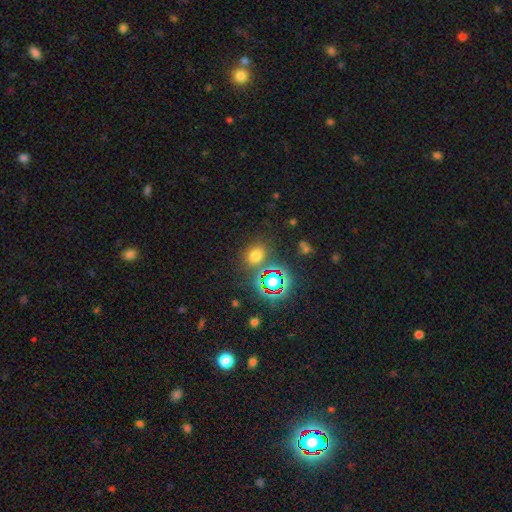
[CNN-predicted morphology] Q: Smooth or featured?
A: smooth (61%); runner-up: star or artifact (32%)
Q: How rounded?
A: round (51%); runner-up: in between (48%)
Q: Merging?
A: none (77%); runner-up: minor disturbance (11%)